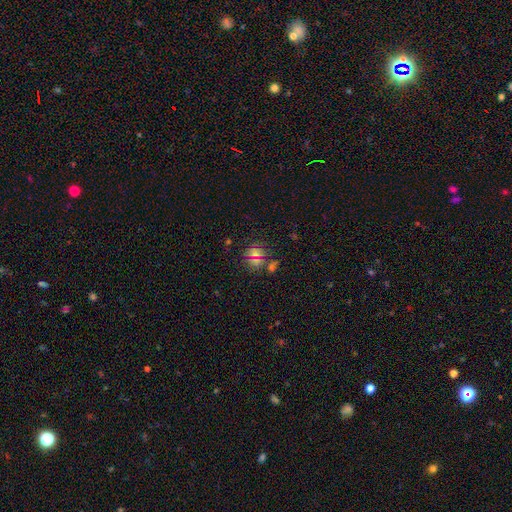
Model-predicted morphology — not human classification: Smooth or featured? smooth (56%)
How rounded? round (85%)
Merging? none (72%)